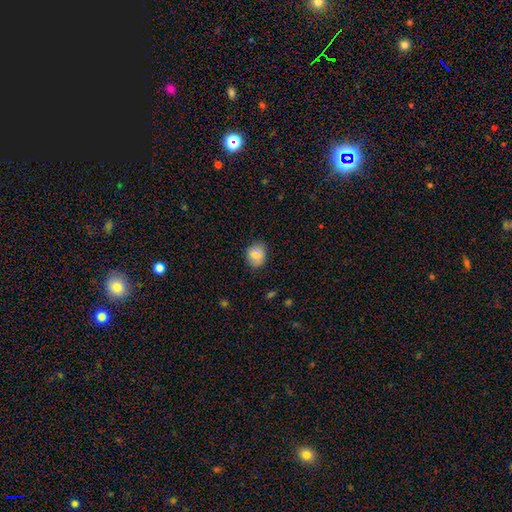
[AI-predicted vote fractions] Smooth or featured? Predicted: smooth (p=0.82). How rounded? Predicted: round (p=0.54). Merging? Predicted: none (p=0.75).